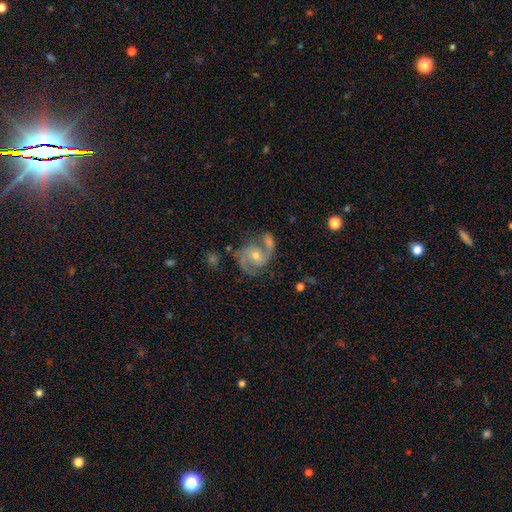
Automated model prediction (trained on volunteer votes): featured or disk 87%, smooth 7%, star or artifact 6%. Down the decision tree: edge-on disk — no (98%); bar — no (59%); spiral arms — yes (97%); spiral arm count — 2 (84%); spiral winding — medium (57%); bulge size — moderate (49%); merging — none (50%).